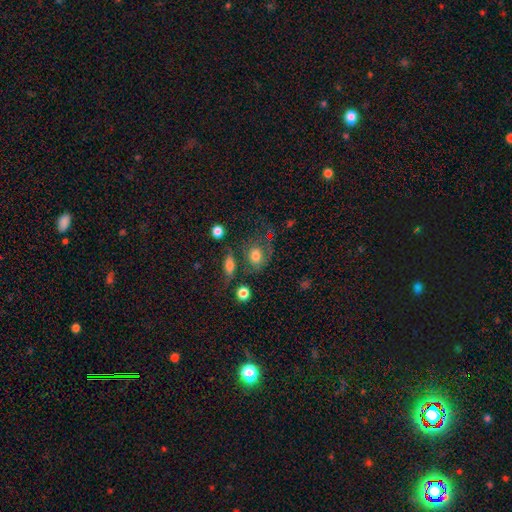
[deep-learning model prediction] A smooth galaxy with no disk features (73%) that is round (53%).

Vote fractions:
- Smooth or featured? smooth: 73% / featured or disk: 17% / star or artifact: 11%
- How rounded? round: 53% / in between: 45% / cigar-shaped: 2%
- Merging? none: 56% / minor disturbance: 20% / major disturbance: 13% / merger: 11%